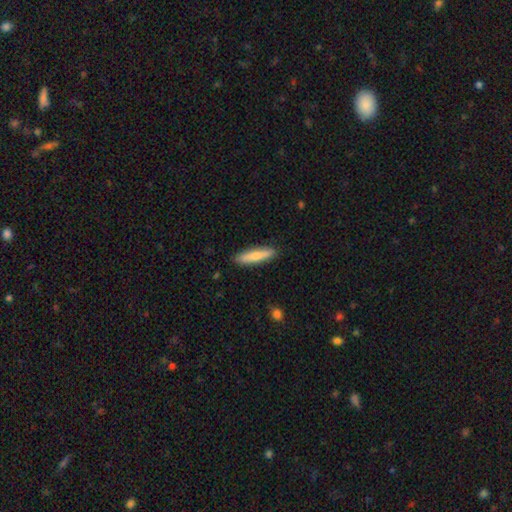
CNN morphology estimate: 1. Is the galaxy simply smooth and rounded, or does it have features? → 72% smooth, 22% featured or disk, 5% star or artifact.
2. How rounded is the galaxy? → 82% cigar-shaped, 16% in between, 2% round.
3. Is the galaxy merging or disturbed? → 89% none, 8% minor disturbance, 2% major disturbance, 1% merger.